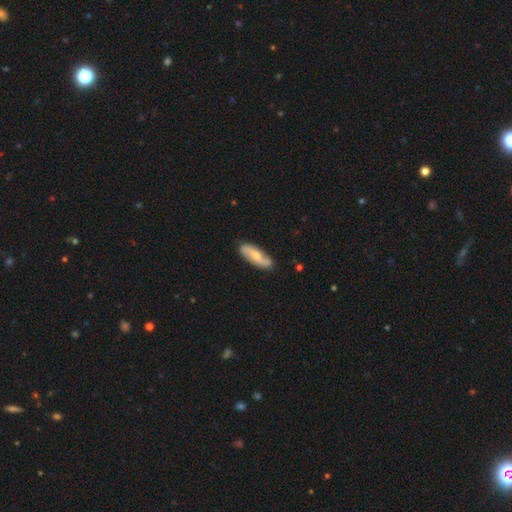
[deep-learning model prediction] smooth-or-featured: featured or disk: 55% | smooth: 39% | star or artifact: 5%
  disk-edge-on: no: 83% | yes: 17%
  merging: none: 83% | minor disturbance: 13% | major disturbance: 2% | merger: 2%